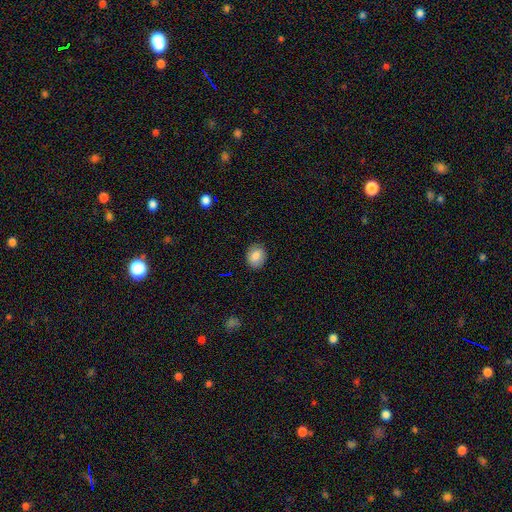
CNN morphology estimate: This appears to be a smooth galaxy with no disk features (81%) that is round (60%). Merging: none (85%).